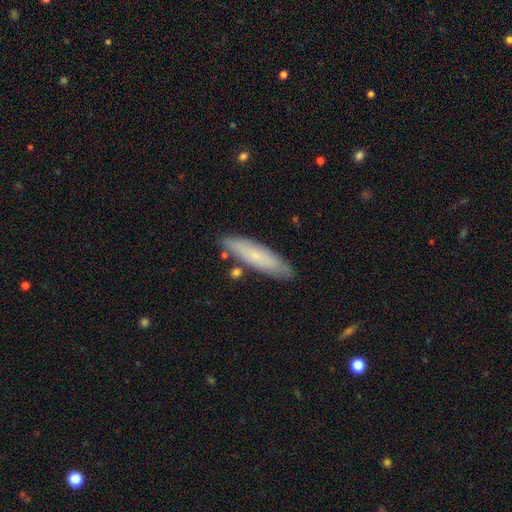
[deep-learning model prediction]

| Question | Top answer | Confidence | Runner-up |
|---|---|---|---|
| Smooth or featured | smooth | 63% | featured or disk (30%) |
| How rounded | cigar-shaped | 74% | in between (24%) |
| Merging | none | 82% | minor disturbance (13%) |